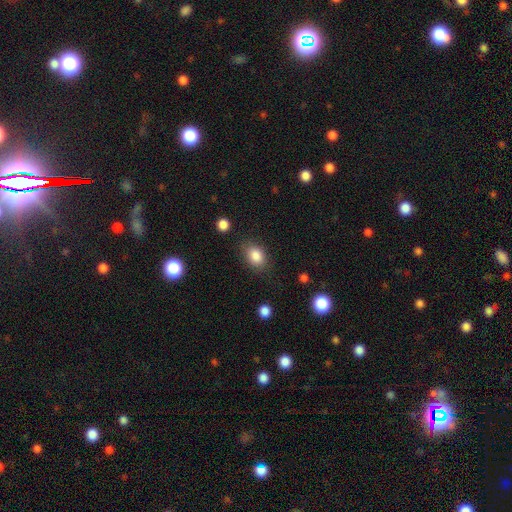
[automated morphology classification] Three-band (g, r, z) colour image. It shows a smooth galaxy with no disk features (85%) that is in between round and cigar-shaped (72%). Merging: none (79%).